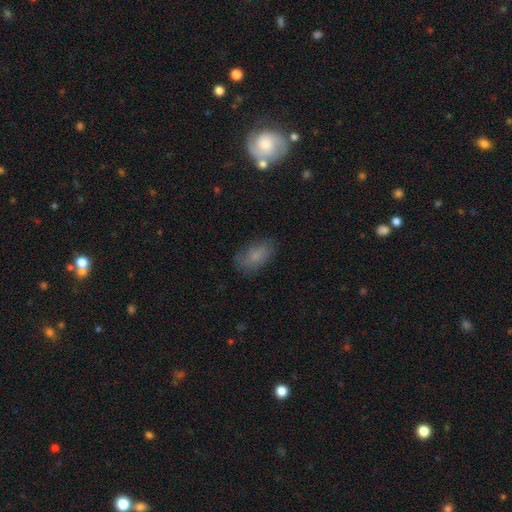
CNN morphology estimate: The model was most divided on "smooth or featured": smooth: 72%, featured or disk: 17%, star or artifact: 11%. More confident: how rounded — in between (90%); merging — none (74%).